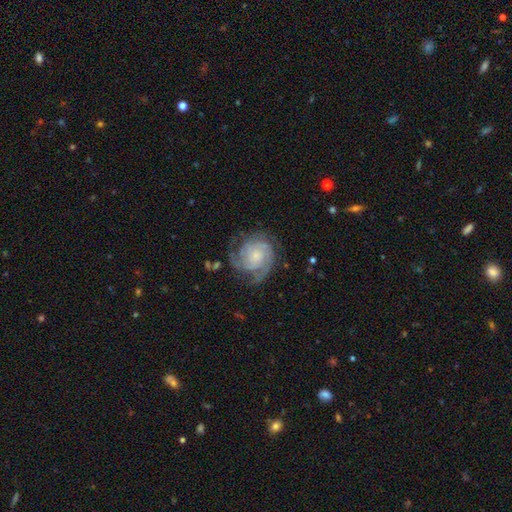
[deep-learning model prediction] A featured or disk galaxy (81%) with no bar (74%), tight (61%) spiral arms (94%) and a small central bulge (40%). Merging: none (64%).